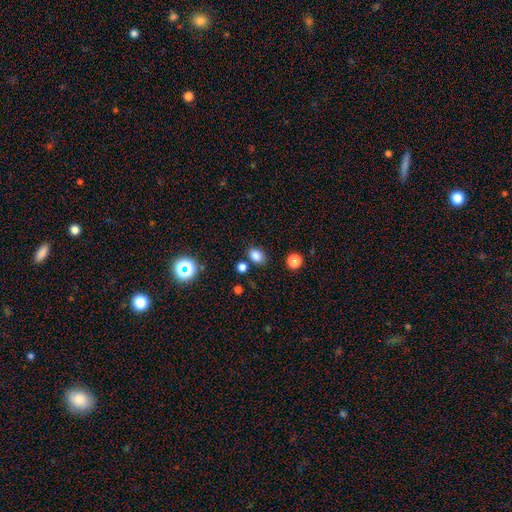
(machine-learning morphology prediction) Smooth or featured? smooth (80%)
How rounded? in between (62%)
Merging? none (78%)